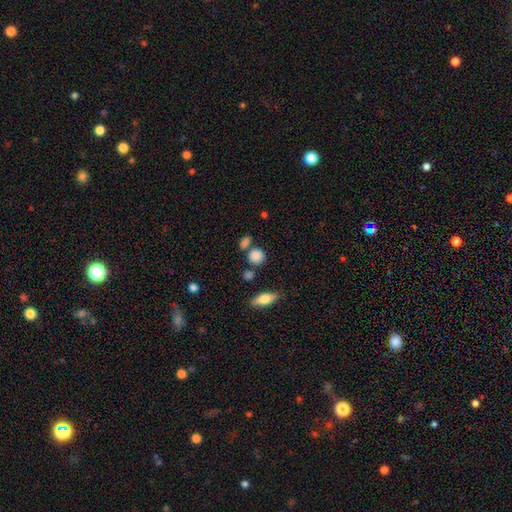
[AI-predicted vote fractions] Smooth or featured: smooth — 85% (star or artifact — 10%)
How rounded: round — 79% (in between — 19%)
Merging: none — 68% (merger — 16%)